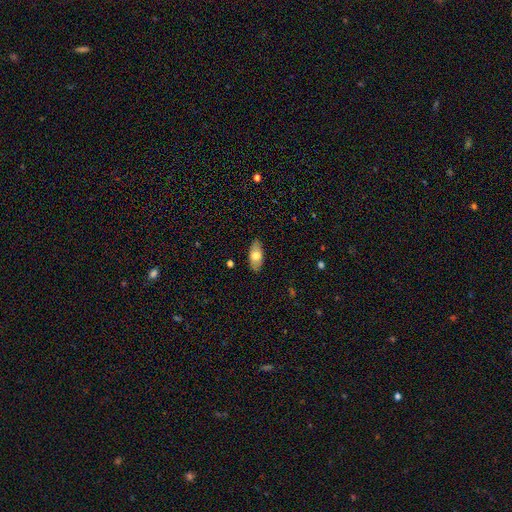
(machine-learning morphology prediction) Smooth or featured: smooth — 69% (featured or disk — 25%)
How rounded: in between — 90% (cigar-shaped — 7%)
Merging: none — 87% (minor disturbance — 10%)